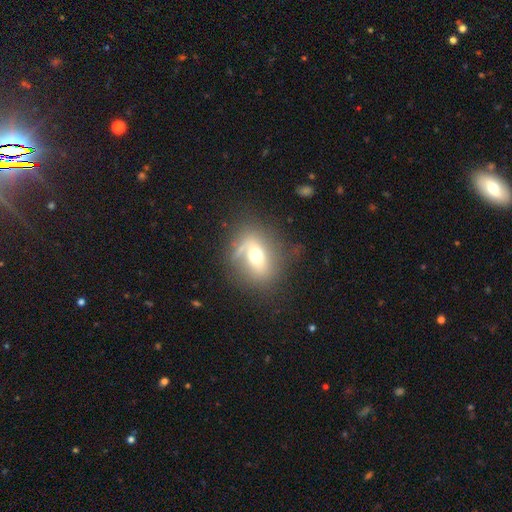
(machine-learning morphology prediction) smooth-or-featured: featured or disk: 45% | smooth: 44% | star or artifact: 11%
  merging: none: 59% | minor disturbance: 22% | major disturbance: 15% | merger: 4%